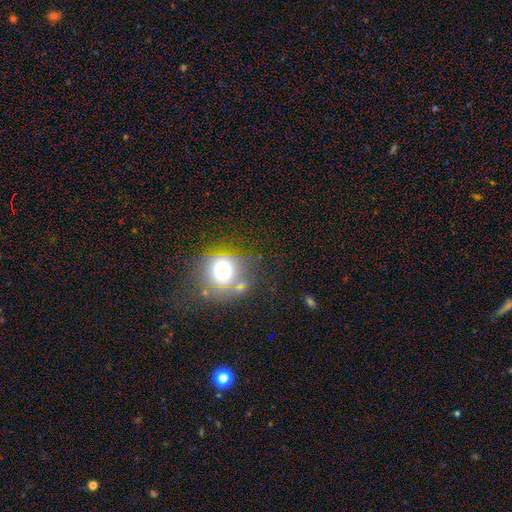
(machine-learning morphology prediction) smooth_or_featured: smooth (p=0.51) [alt: star or artifact p=0.38]
how_rounded: round (p=0.81) [alt: in between p=0.17]
merging: none (p=0.67) [alt: minor disturbance p=0.16]